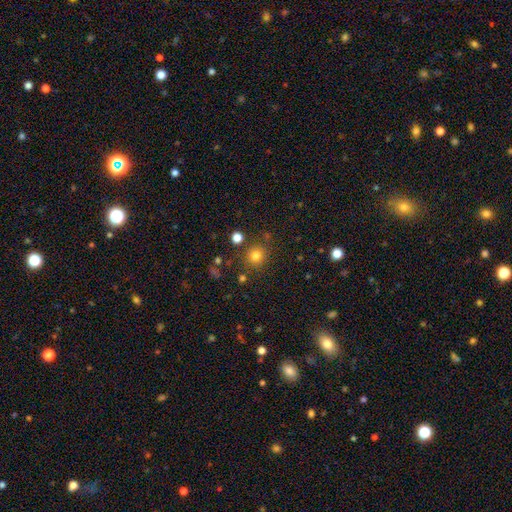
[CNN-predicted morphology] Smooth or featured?
  - smooth: 79% *
  - star or artifact: 15%
  - featured or disk: 6%
How rounded?
  - round: 91% *
  - in between: 8%
  - cigar-shaped: 1%
Merging?
  - none: 83% *
  - minor disturbance: 9%
  - merger: 5%
  - major disturbance: 3%